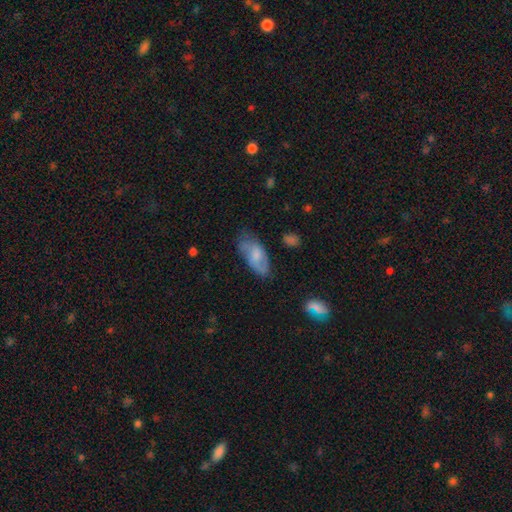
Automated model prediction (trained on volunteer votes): smooth_or_featured: smooth (p=0.57) [alt: featured or disk p=0.37]
how_rounded: in between (p=0.88) [alt: cigar-shaped p=0.08]
merging: none (p=0.62) [alt: minor disturbance p=0.27]